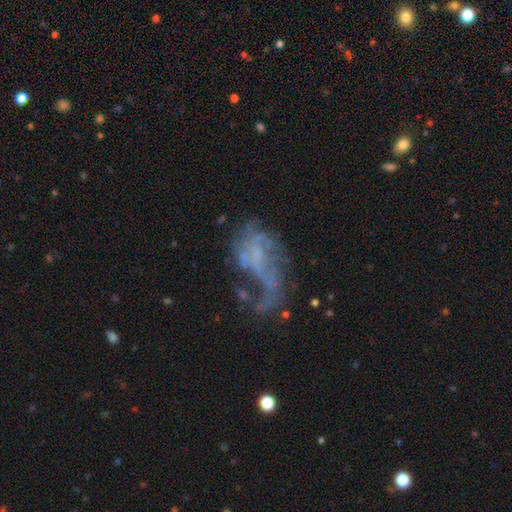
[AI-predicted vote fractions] smooth-or-featured: featured or disk: 65% | smooth: 20% | star or artifact: 15%
  disk-edge-on: no: 97% | yes: 3%
    bar: no: 73% | weak: 20% | strong: 6%
    has-spiral-arms: no: 61% | yes: 39%
    bulge-size: none: 74% | small: 16% | moderate: 7% | large: 2% | dominant: 1%
  merging: major disturbance: 54% | none: 22% | minor disturbance: 14% | merger: 10%